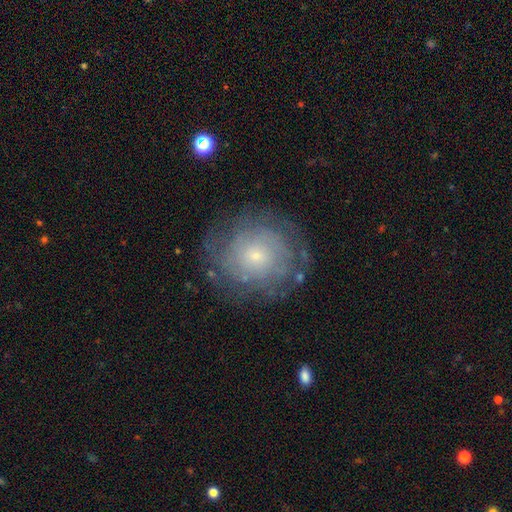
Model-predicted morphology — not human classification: featured or disk 60%, smooth 31%, star or artifact 9%. Down the decision tree: edge-on disk — no (97%); bar — no (84%); spiral arms — yes (76%); bulge size — small (76%); merging — none (77%).